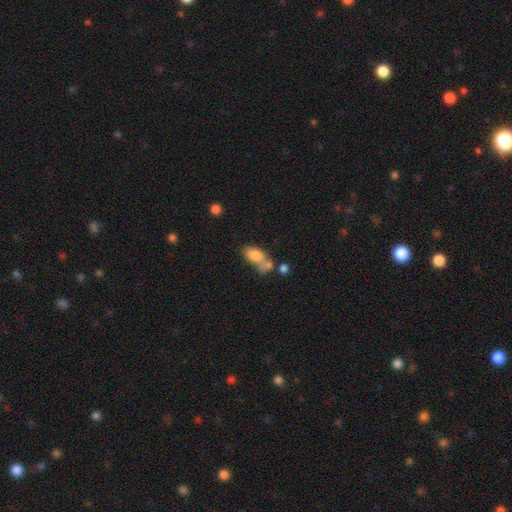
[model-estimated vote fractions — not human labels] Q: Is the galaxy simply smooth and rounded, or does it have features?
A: smooth — 79%.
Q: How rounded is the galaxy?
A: in between — 87%.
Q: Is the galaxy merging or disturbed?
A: merger — 51%.